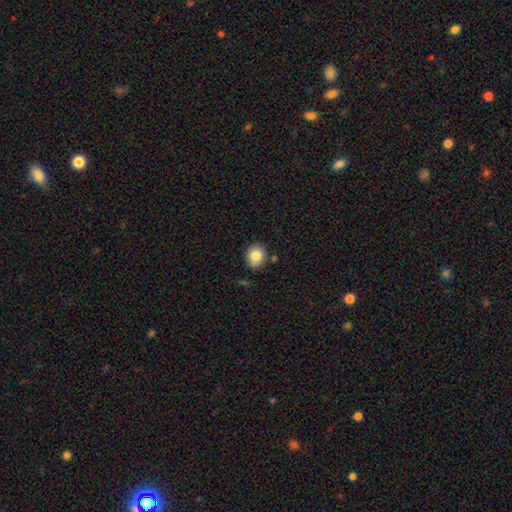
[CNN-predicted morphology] This is clearly a smooth galaxy (82%). How rounded: likely round (76%). Merging: clearly none (81%).